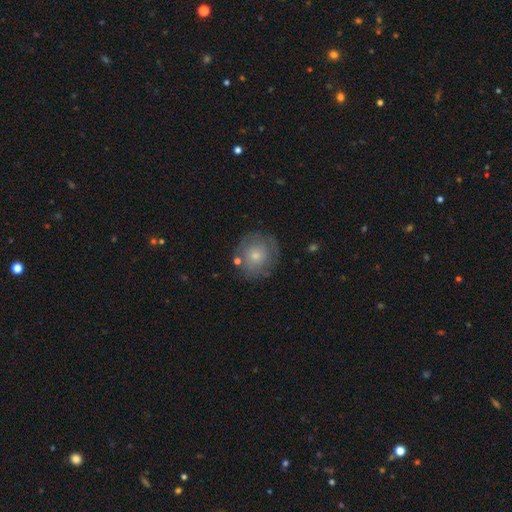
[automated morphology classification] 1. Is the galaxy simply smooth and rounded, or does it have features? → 66% smooth, 26% featured or disk, 8% star or artifact.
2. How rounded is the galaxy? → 88% round, 11% in between, 1% cigar-shaped.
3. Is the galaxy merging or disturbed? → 74% none, 16% minor disturbance, 6% major disturbance, 4% merger.